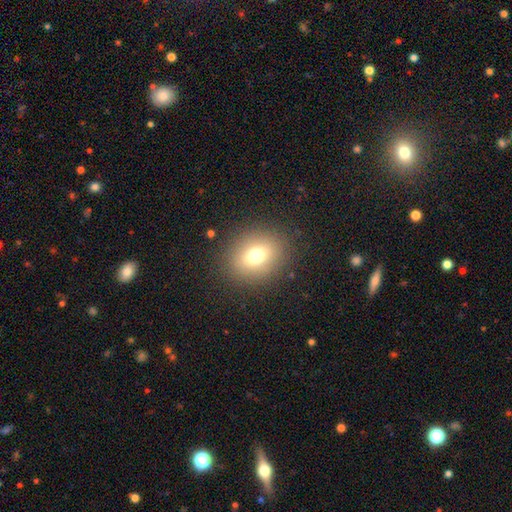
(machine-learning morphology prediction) smooth_or_featured: smooth (p=0.72) [alt: star or artifact p=0.14]
how_rounded: round (p=0.55) [alt: in between p=0.43]
merging: none (p=0.87) [alt: minor disturbance p=0.08]